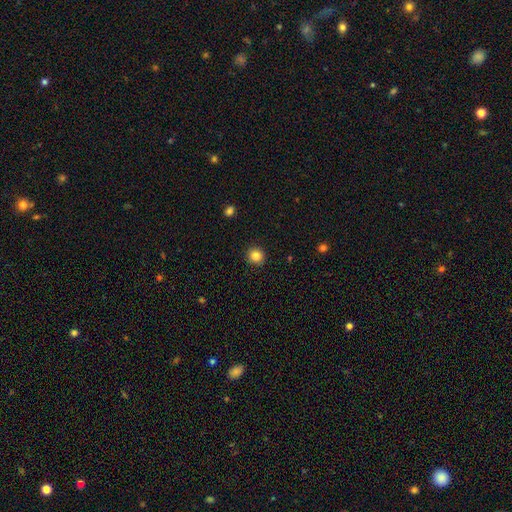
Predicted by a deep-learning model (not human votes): smooth 85%, star or artifact 11%, featured or disk 5%. Down the decision tree: how rounded — round (89%); merging — none (92%).